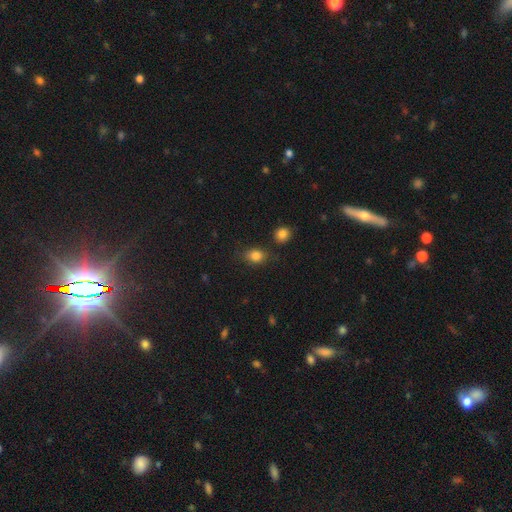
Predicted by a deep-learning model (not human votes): Smooth or featured?
  - smooth: 83% *
  - star or artifact: 11%
  - featured or disk: 6%
How rounded?
  - in between: 58% *
  - round: 41%
  - cigar-shaped: 2%
Merging?
  - none: 75% *
  - minor disturbance: 15%
  - merger: 6%
  - major disturbance: 4%